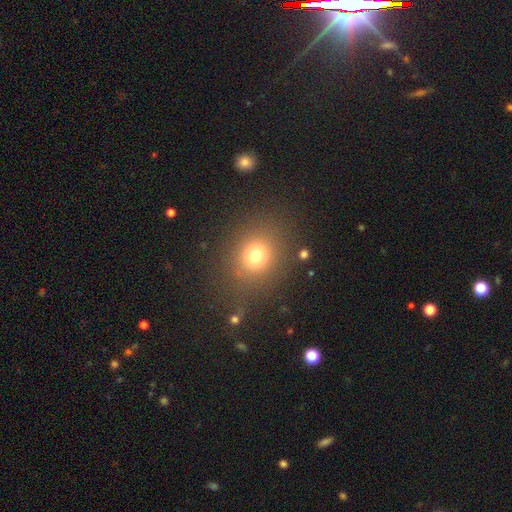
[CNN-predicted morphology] Smooth or featured: smooth — 72% (star or artifact — 18%)
How rounded: round — 75% (in between — 24%)
Merging: none — 80% (minor disturbance — 10%)